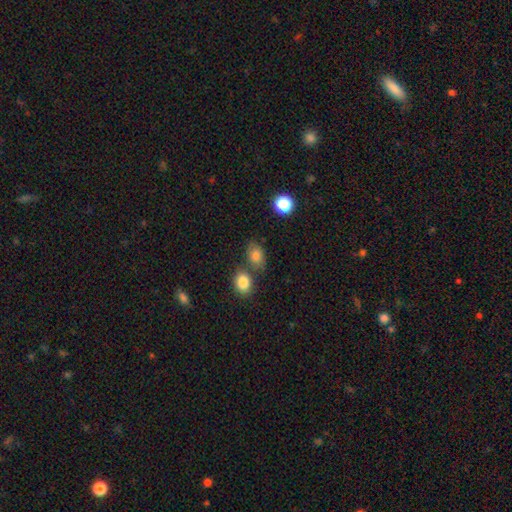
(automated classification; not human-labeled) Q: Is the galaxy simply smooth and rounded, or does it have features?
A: smooth — 81%.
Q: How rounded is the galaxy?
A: in between — 77%.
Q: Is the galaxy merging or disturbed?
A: none — 61%.